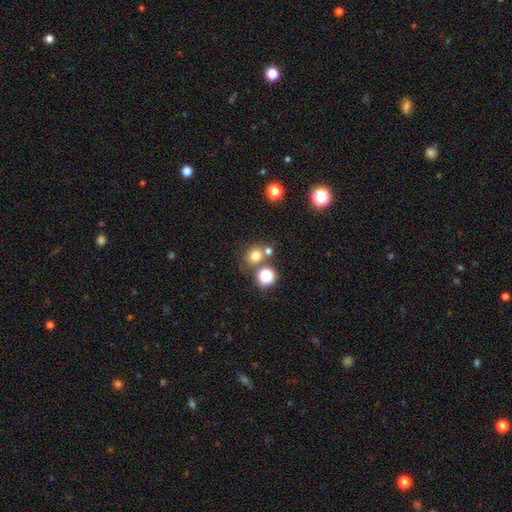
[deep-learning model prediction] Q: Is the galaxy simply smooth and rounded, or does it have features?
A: smooth — 74%.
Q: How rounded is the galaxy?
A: round — 79%.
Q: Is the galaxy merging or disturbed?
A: none — 65%.